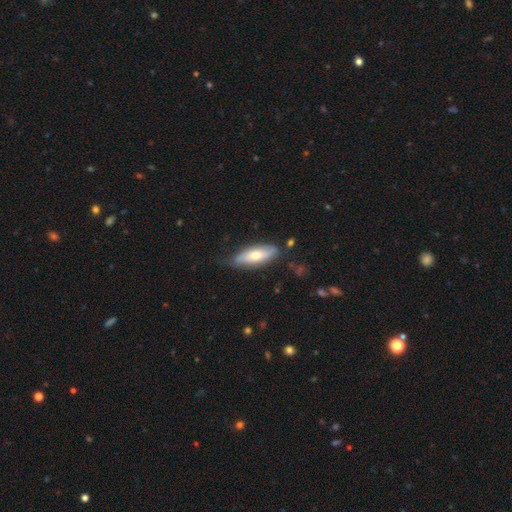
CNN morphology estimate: Smooth or featured? Predicted: smooth (p=0.59). How rounded? Predicted: in between (p=0.69). Merging? Predicted: none (p=0.69).